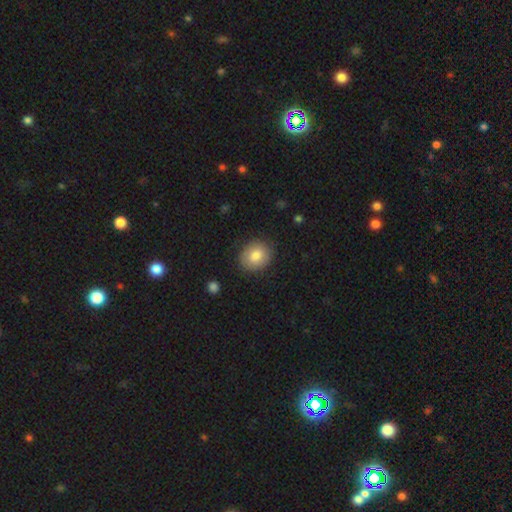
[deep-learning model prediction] Smooth or featured: smooth — 81% (featured or disk — 12%)
How rounded: round — 62% (in between — 37%)
Merging: none — 84% (minor disturbance — 11%)